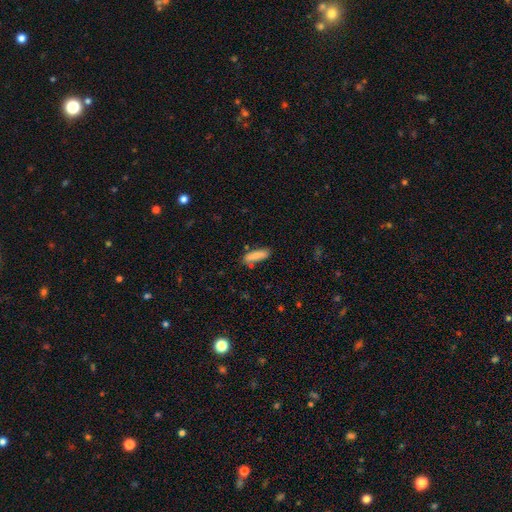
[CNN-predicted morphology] Q: Smooth or featured?
A: smooth (85%); runner-up: featured or disk (9%)
Q: How rounded?
A: cigar-shaped (62%); runner-up: in between (37%)
Q: Merging?
A: none (81%); runner-up: minor disturbance (12%)